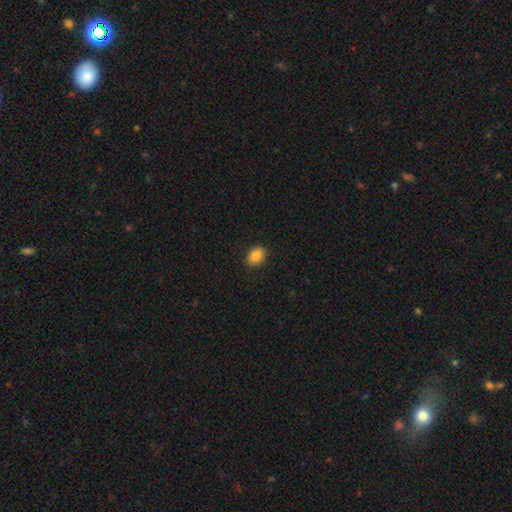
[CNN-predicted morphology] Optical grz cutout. It shows a smooth galaxy with no disk features (86%) that is in between round and cigar-shaped (59%). Merging: none (89%).